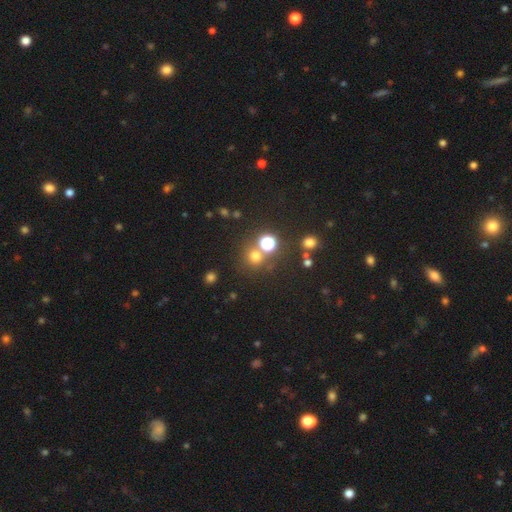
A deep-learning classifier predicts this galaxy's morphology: Smooth or featured? smooth (64%)
How rounded? round (89%)
Merging? none (71%)